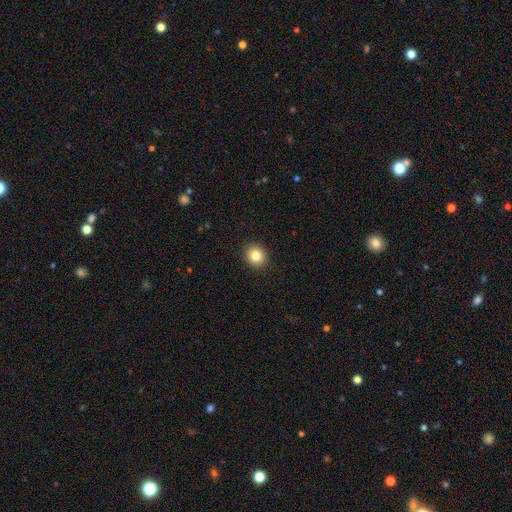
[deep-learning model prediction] Q: Smooth or featured?
A: smooth (83%); runner-up: star or artifact (10%)
Q: How rounded?
A: round (69%); runner-up: in between (30%)
Q: Merging?
A: none (91%); runner-up: minor disturbance (6%)